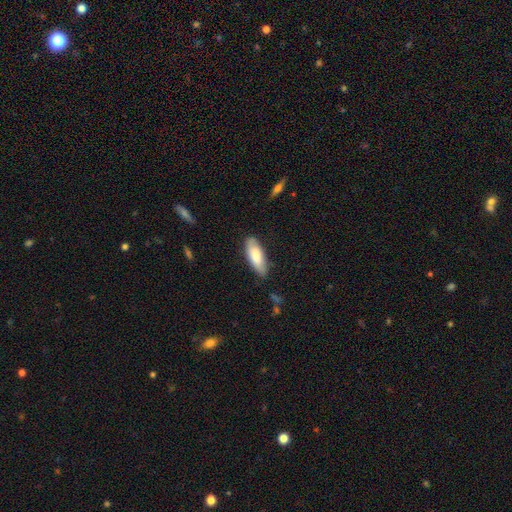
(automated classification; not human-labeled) smooth-or-featured: smooth: 79% | featured or disk: 16% | star or artifact: 5%
  how-rounded: in between: 70% | cigar-shaped: 29% | round: 2%
  merging: none: 79% | minor disturbance: 16% | major disturbance: 3% | merger: 1%